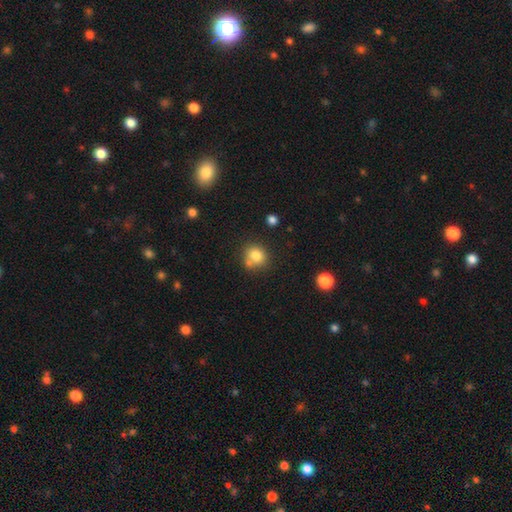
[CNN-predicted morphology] Smooth or featured? smooth (80%)
How rounded? round (75%)
Merging? none (60%)